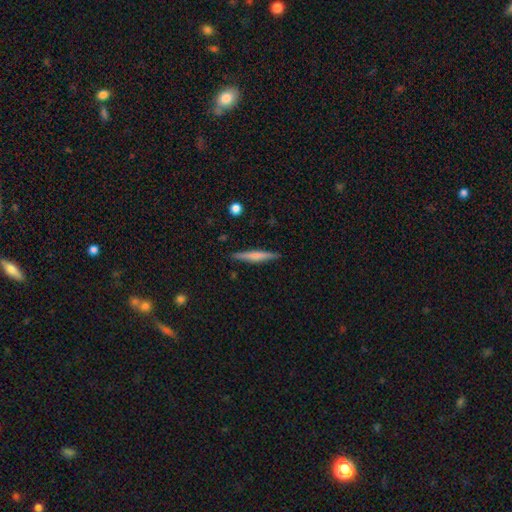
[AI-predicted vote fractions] Q: Smooth or featured?
A: smooth (49%); runner-up: featured or disk (45%)
Q: Merging?
A: none (89%); runner-up: minor disturbance (8%)